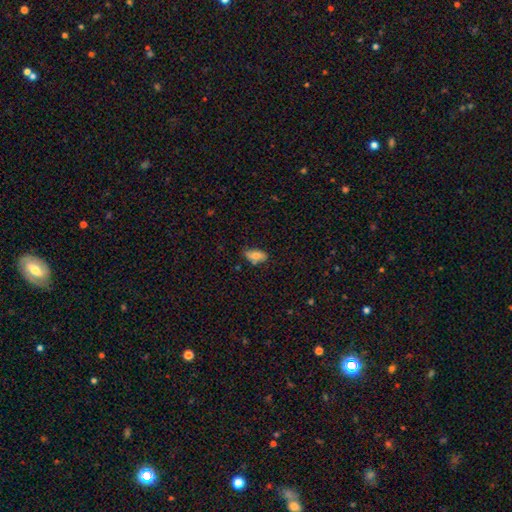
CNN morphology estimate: Smooth or featured: smooth — 72% (featured or disk — 20%)
How rounded: in between — 90% (cigar-shaped — 6%)
Merging: none — 69% (minor disturbance — 23%)